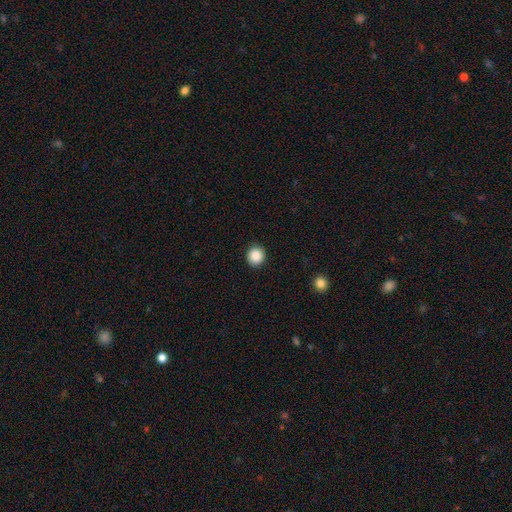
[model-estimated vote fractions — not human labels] Smooth or featured: smooth — 89% (star or artifact — 9%)
How rounded: round — 92% (in between — 7%)
Merging: none — 91% (minor disturbance — 6%)